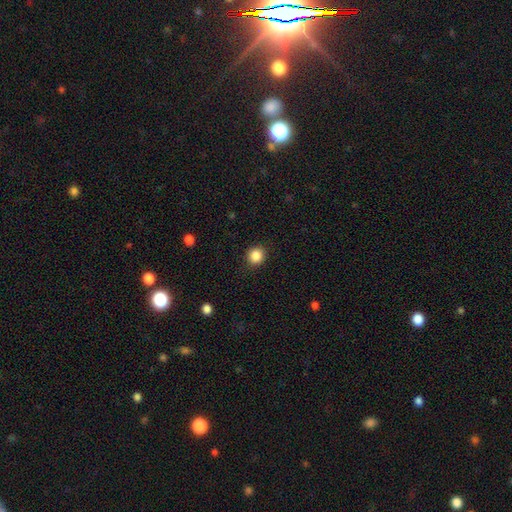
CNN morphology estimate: This is clearly a smooth galaxy (87%). How rounded: clearly round (88%). Merging: clearly none (90%).